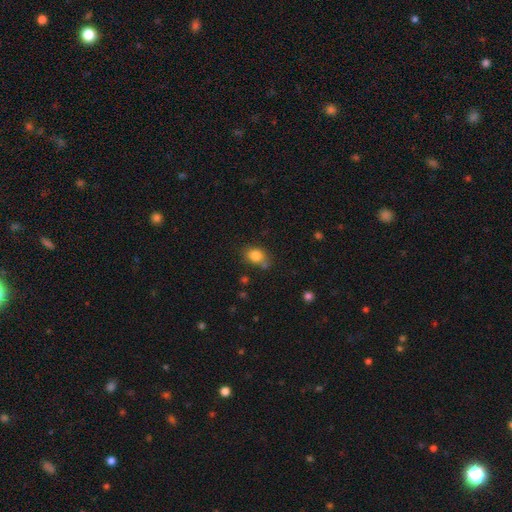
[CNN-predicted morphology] Smooth or featured?
  - smooth: 84% *
  - star or artifact: 10%
  - featured or disk: 7%
How rounded?
  - in between: 58% *
  - round: 41%
  - cigar-shaped: 1%
Merging?
  - none: 69% *
  - minor disturbance: 17%
  - merger: 9%
  - major disturbance: 5%